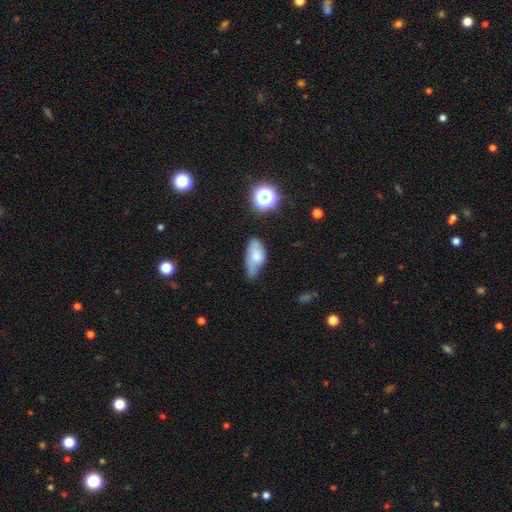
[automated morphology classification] Smooth or featured? smooth (64%)
How rounded? in between (87%)
Merging? minor disturbance (43%)